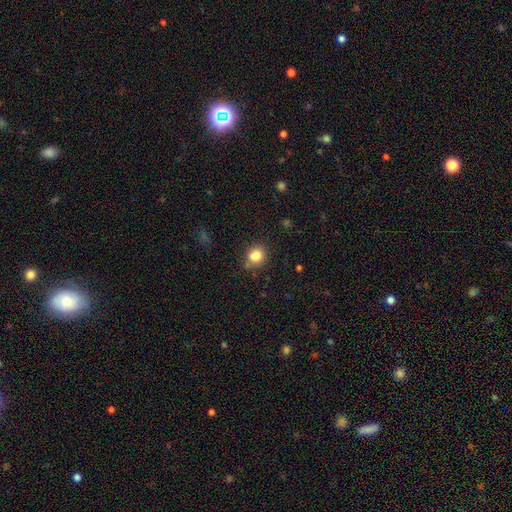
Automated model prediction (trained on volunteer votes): smooth-or-featured: smooth: 82% | star or artifact: 11% | featured or disk: 7%
  how-rounded: round: 79% | in between: 21% | cigar-shaped: 1%
  merging: none: 72% | minor disturbance: 14% | merger: 10% | major disturbance: 4%